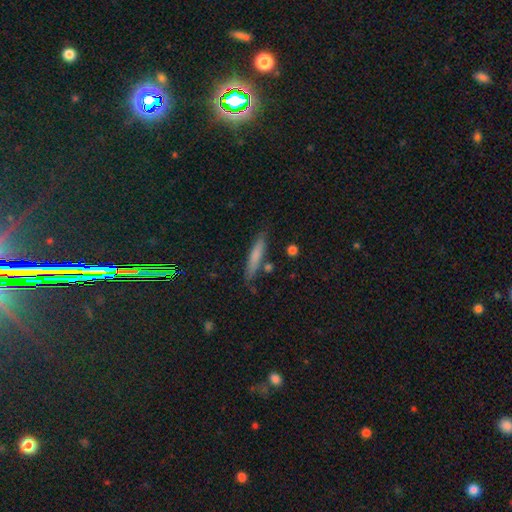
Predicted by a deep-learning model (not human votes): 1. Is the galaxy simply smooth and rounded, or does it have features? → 70% smooth, 23% featured or disk, 7% star or artifact.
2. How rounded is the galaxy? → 90% cigar-shaped, 8% in between, 2% round.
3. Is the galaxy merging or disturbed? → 80% none, 13% minor disturbance, 4% merger, 3% major disturbance.